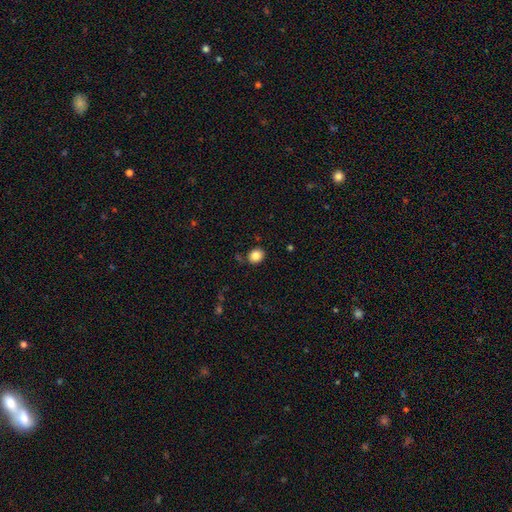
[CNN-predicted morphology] Smooth or featured? Predicted: smooth (p=0.85). How rounded? Predicted: round (p=0.72). Merging? Predicted: none (p=0.84).